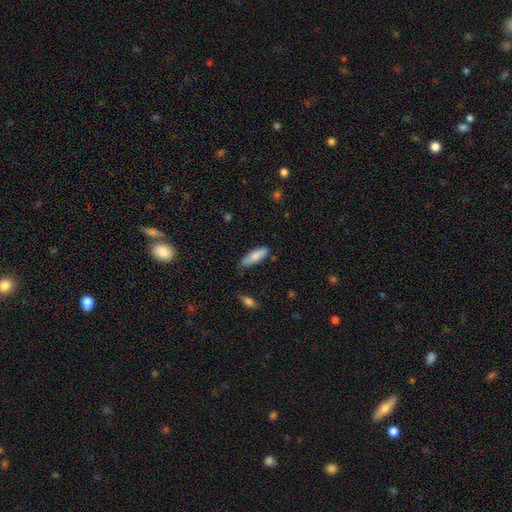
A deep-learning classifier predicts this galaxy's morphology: type=smooth (81%); roundness=in between (56%); merging=none (77%).